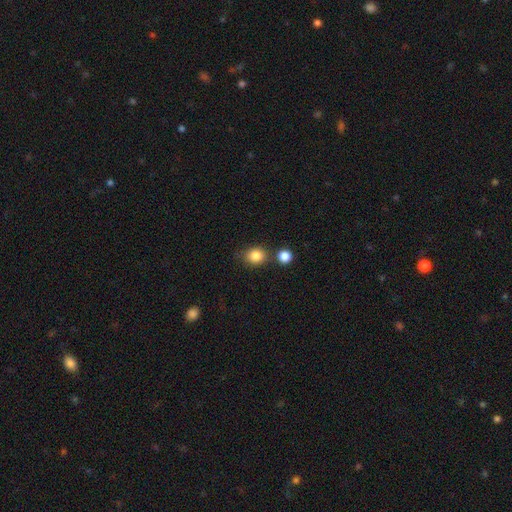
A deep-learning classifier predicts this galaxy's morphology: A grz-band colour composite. It shows a smooth galaxy with no disk features (85%) that is round (68%). Merging: none (70%).